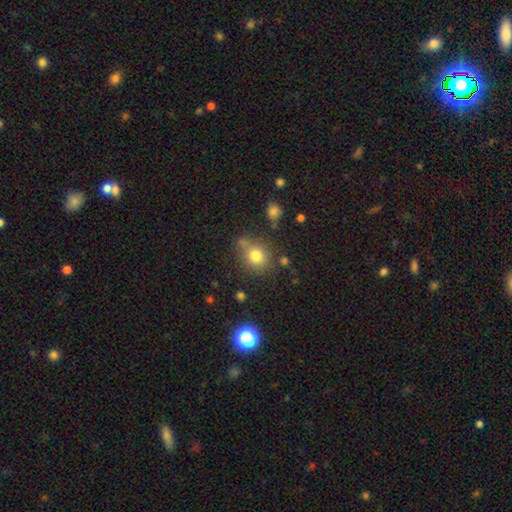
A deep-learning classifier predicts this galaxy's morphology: This appears to be a smooth galaxy with no disk features (77%) that is round (82%). Merging: none (69%).